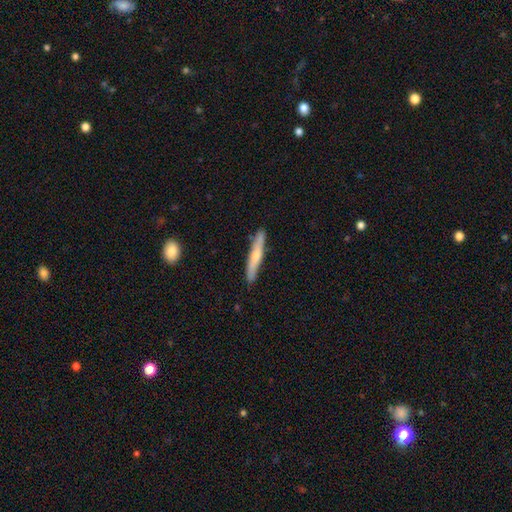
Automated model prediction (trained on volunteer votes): smooth-or-featured: smooth: 53% | featured or disk: 42% | star or artifact: 5%
  how-rounded: cigar-shaped: 94% | in between: 5% | round: 1%
  merging: none: 87% | minor disturbance: 10% | major disturbance: 2% | merger: 2%